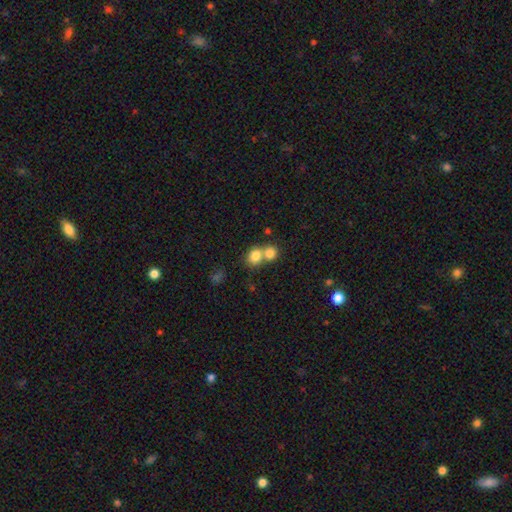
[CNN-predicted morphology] smooth 80%, featured or disk 10%, star or artifact 10%. Down the decision tree: how rounded — round (71%); merging — merger (57%).